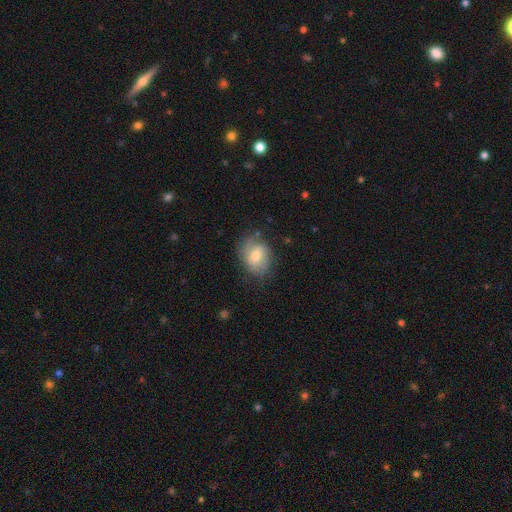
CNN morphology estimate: Q: Smooth or featured?
A: smooth (61%); runner-up: featured or disk (32%)
Q: How rounded?
A: in between (60%); runner-up: round (39%)
Q: Merging?
A: none (65%); runner-up: minor disturbance (24%)